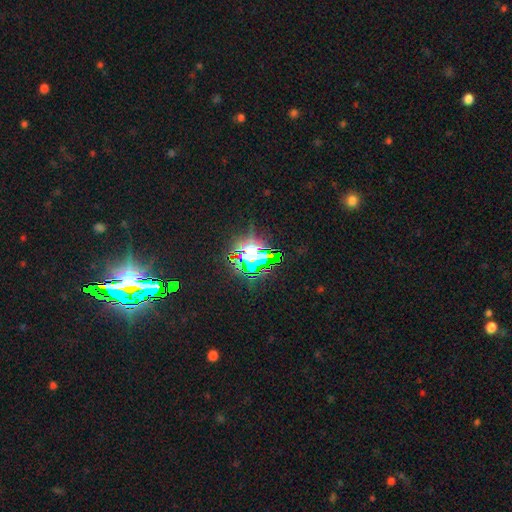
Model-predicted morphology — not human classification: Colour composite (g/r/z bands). It shows a star or artifact, not a galaxy (72%).